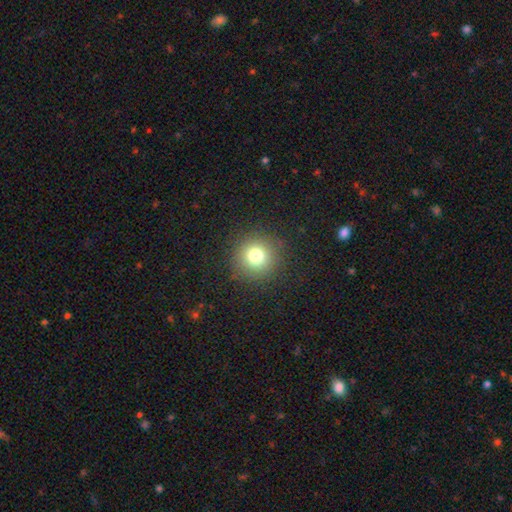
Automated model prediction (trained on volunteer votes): A smooth galaxy with no disk features (76%) that is round (95%).

Vote fractions:
- Smooth or featured? smooth: 76% / star or artifact: 15% / featured or disk: 9%
- How rounded? round: 95% / in between: 4% / cigar-shaped: 1%
- Merging? none: 90% / minor disturbance: 6% / major disturbance: 3% / merger: 1%